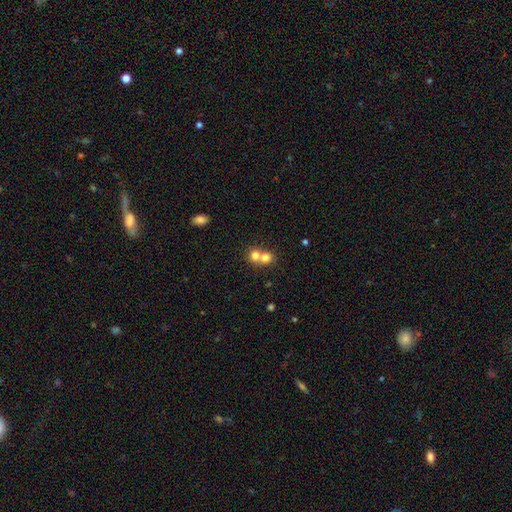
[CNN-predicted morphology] A smooth galaxy with no disk features (75%) that is round (79%). Merging: merger (65%).